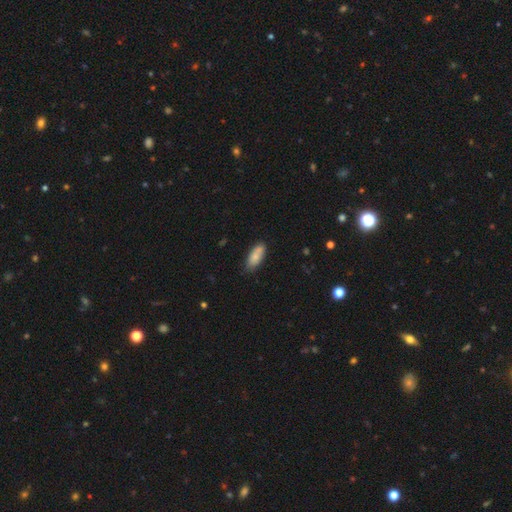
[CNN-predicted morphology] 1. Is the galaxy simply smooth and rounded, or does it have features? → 79% smooth, 14% featured or disk, 7% star or artifact.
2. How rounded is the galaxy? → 78% in between, 20% cigar-shaped, 2% round.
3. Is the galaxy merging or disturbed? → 69% none, 21% minor disturbance, 6% merger, 4% major disturbance.